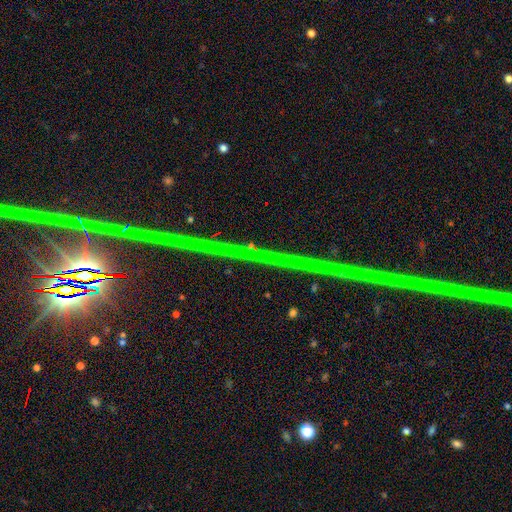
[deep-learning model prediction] Smooth or featured: star or artifact — 89% (featured or disk — 7%)